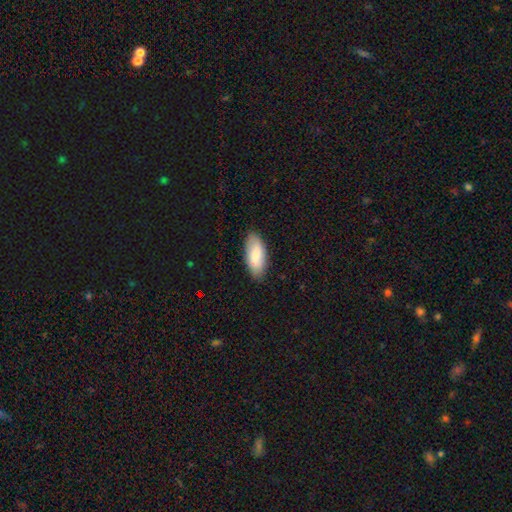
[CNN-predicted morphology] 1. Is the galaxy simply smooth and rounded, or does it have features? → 79% smooth, 15% featured or disk, 6% star or artifact.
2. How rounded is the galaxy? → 89% in between, 10% cigar-shaped, 2% round.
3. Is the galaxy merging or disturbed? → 84% none, 12% minor disturbance, 2% major disturbance, 1% merger.